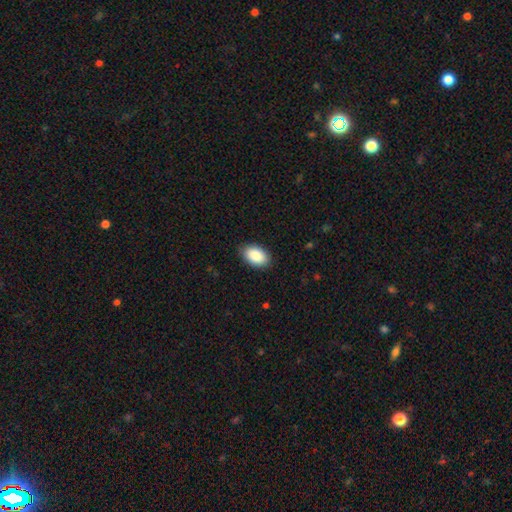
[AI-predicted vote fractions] A smooth galaxy with no disk features (90%) that is in between round and cigar-shaped (92%).

Vote fractions:
- Smooth or featured? smooth: 90% / star or artifact: 6% / featured or disk: 4%
- How rounded? in between: 92% / round: 7% / cigar-shaped: 1%
- Merging? none: 86% / minor disturbance: 11% / major disturbance: 2% / merger: 1%